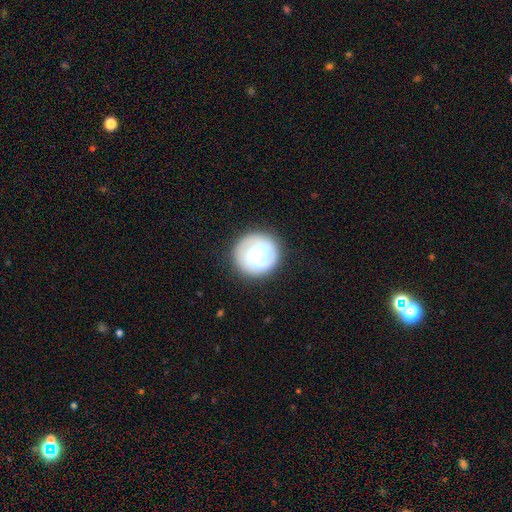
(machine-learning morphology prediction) Smooth or featured?
  - featured or disk: 51% *
  - smooth: 42%
  - star or artifact: 7%
Edge-on disk?
  - no: 98% *
  - yes: 2%
Merging?
  - none: 79% *
  - minor disturbance: 12%
  - major disturbance: 7%
  - merger: 2%